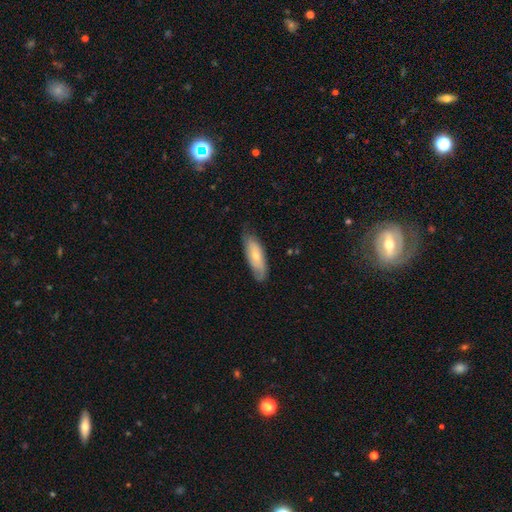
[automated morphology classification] This is possibly a smooth galaxy (56%). How rounded: possibly in between (60%). Merging: likely none (70%).